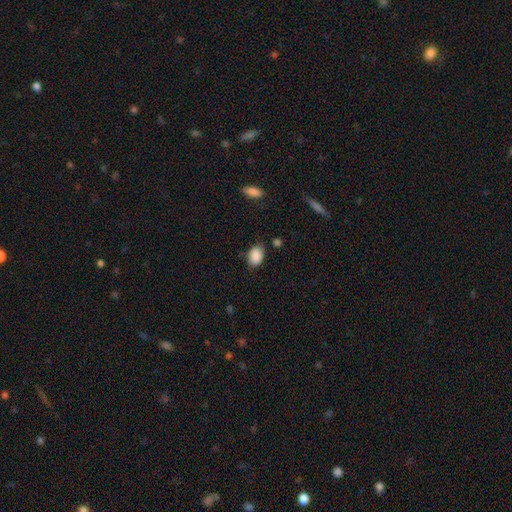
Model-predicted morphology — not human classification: Smooth or featured: smooth — 89% (star or artifact — 8%)
How rounded: in between — 79% (round — 19%)
Merging: none — 74% (minor disturbance — 19%)